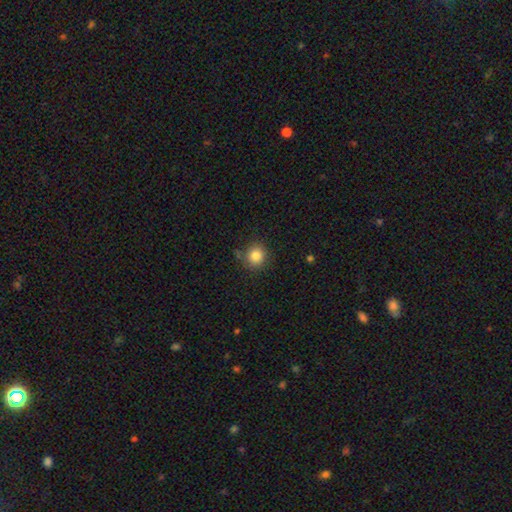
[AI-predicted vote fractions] Overall: smooth (84%). How rounded: round (86%). Merging: none (82%).